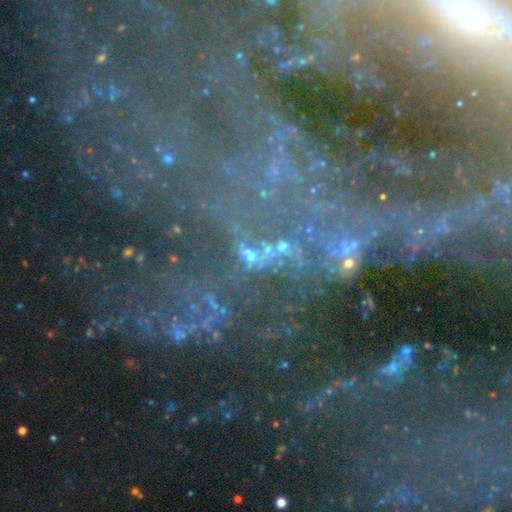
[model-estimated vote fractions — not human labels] Morphology: type=star or artifact (54%).